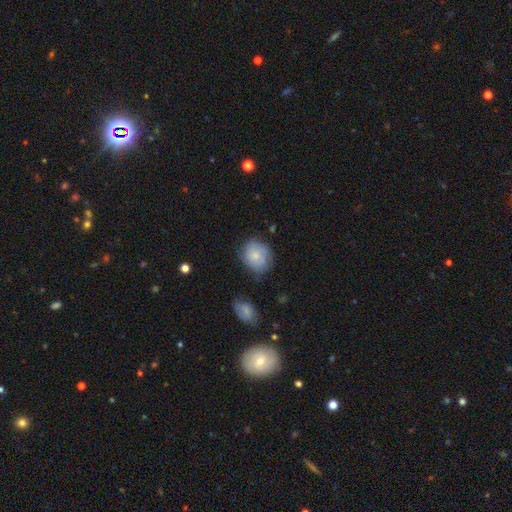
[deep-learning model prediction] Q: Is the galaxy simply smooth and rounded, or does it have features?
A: smooth — 71%.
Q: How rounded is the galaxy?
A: round — 68%.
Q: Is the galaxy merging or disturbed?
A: none — 65%.